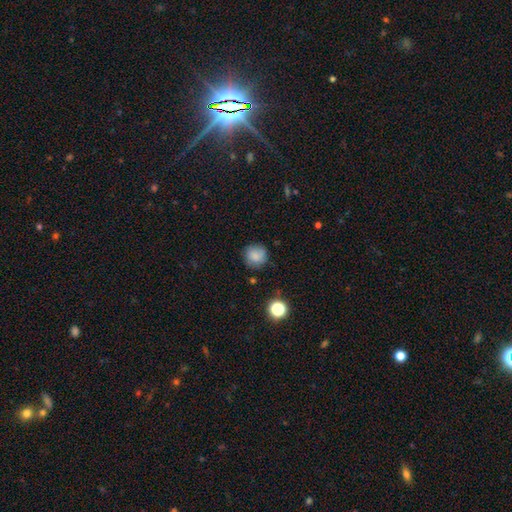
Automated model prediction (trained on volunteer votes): smooth 80%, star or artifact 11%, featured or disk 9%. Down the decision tree: how rounded — round (89%); merging — none (75%).